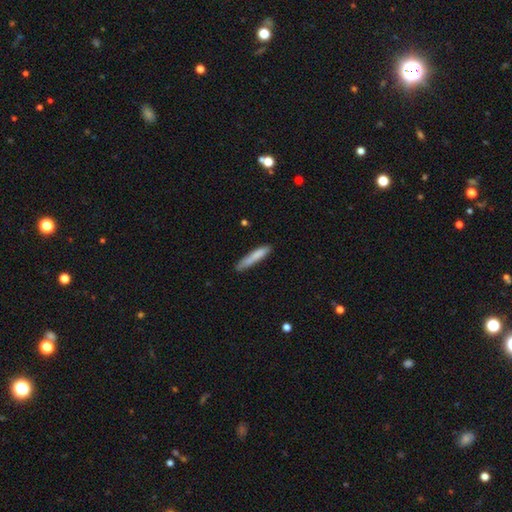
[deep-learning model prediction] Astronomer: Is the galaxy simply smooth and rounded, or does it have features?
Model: smooth — 81%.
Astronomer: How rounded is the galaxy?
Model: cigar-shaped — 91%.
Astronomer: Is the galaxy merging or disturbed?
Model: none — 75%.